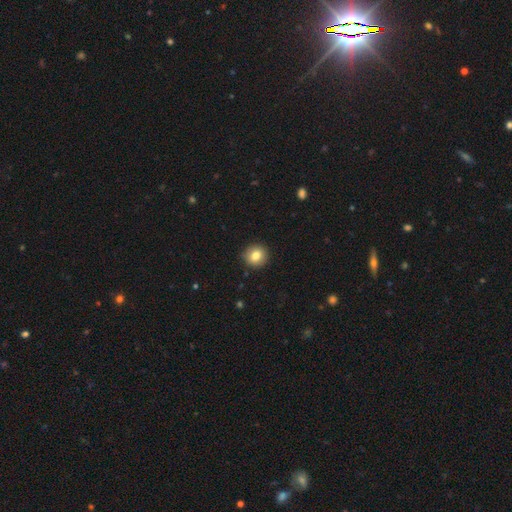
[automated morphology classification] A smooth galaxy with no disk features (81%) that is round (89%). Merging: none (90%).